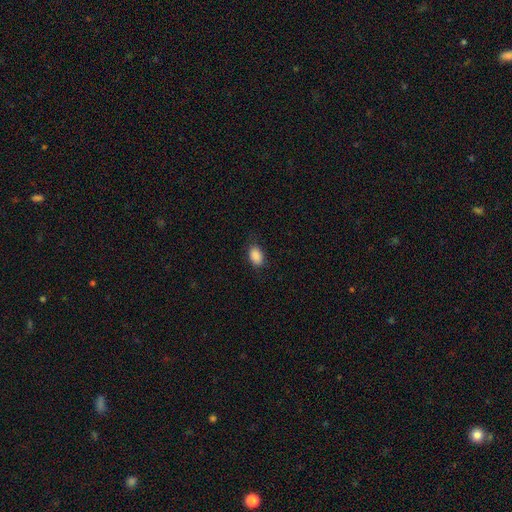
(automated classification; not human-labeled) Q: Smooth or featured?
A: smooth (89%); runner-up: star or artifact (8%)
Q: How rounded?
A: in between (88%); runner-up: round (11%)
Q: Merging?
A: none (81%); runner-up: minor disturbance (14%)